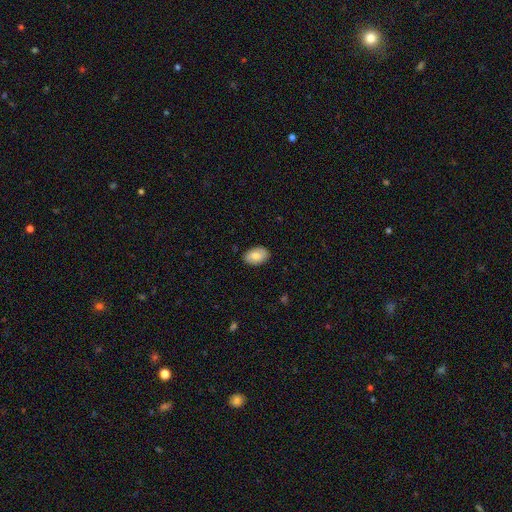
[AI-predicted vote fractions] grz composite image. It shows a smooth galaxy with no disk features (72%) that is in between round and cigar-shaped (89%). Merging: none (87%).